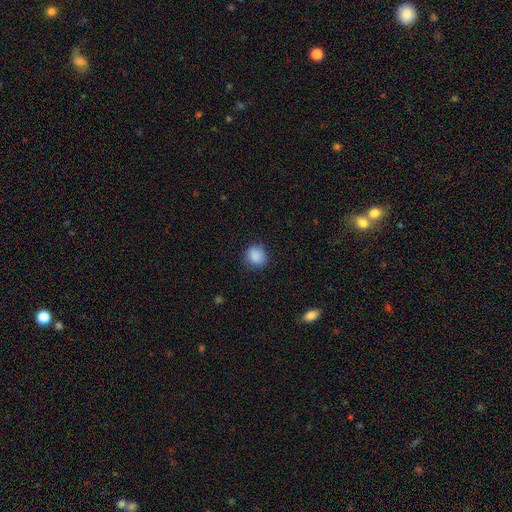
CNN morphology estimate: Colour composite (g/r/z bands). It shows a smooth galaxy with no disk features (88%) that is round (84%). Merging: none (84%).